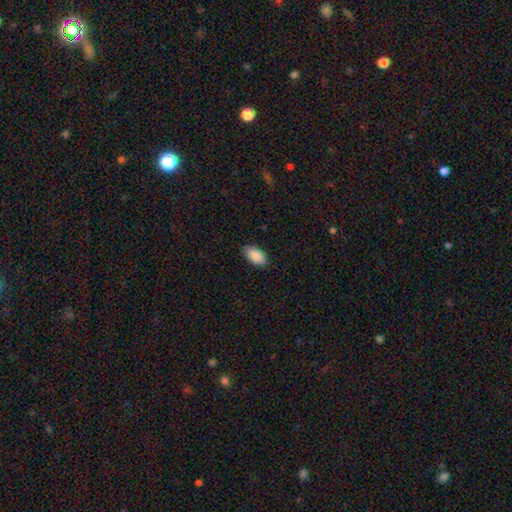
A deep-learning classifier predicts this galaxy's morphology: This is clearly a smooth galaxy (90%). How rounded: clearly in between (94%). Merging: clearly none (84%).